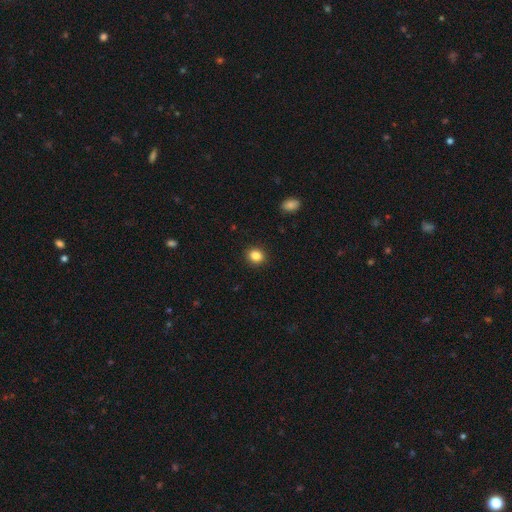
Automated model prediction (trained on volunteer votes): Smooth or featured?
  - smooth: 85% *
  - star or artifact: 11%
  - featured or disk: 4%
How rounded?
  - round: 75% *
  - in between: 24%
  - cigar-shaped: 1%
Merging?
  - none: 91% *
  - minor disturbance: 6%
  - major disturbance: 2%
  - merger: 1%